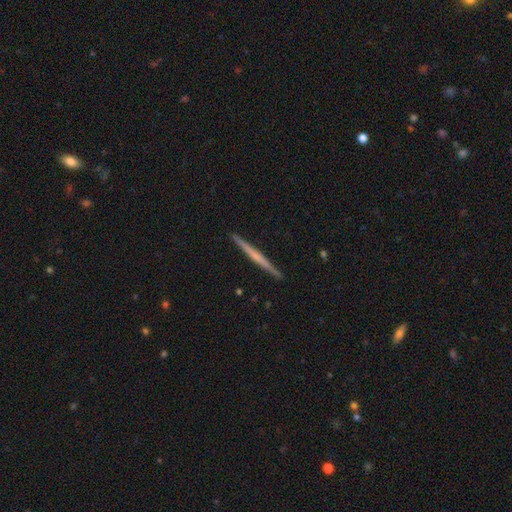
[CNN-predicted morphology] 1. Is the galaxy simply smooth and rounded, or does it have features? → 60% featured or disk, 35% smooth, 5% star or artifact.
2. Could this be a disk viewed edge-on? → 98% yes, 2% no.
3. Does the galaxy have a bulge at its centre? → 76% none, 16% rounded, 8% boxy.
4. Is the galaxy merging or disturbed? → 92% none, 6% minor disturbance, 1% major disturbance, 1% merger.